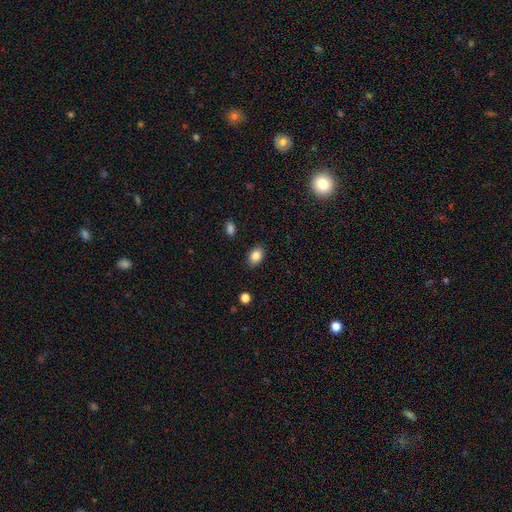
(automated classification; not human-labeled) Morphology: type=smooth (85%); roundness=in between (80%); merging=none (88%).